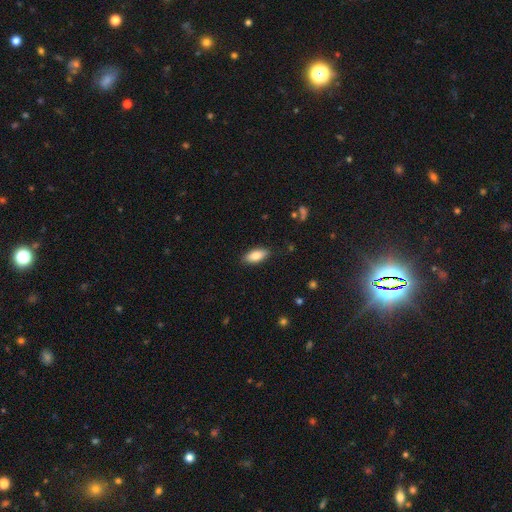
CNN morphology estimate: This is clearly a smooth galaxy (84%). How rounded: clearly in between (85%). Merging: clearly none (87%).